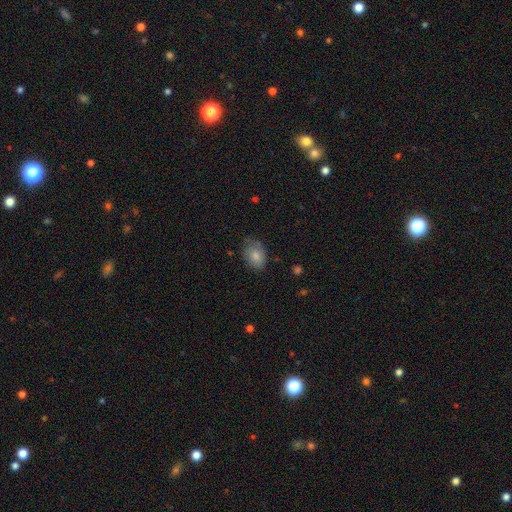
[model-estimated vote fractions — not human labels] Smooth or featured? smooth (76%)
How rounded? in between (82%)
Merging? none (66%)